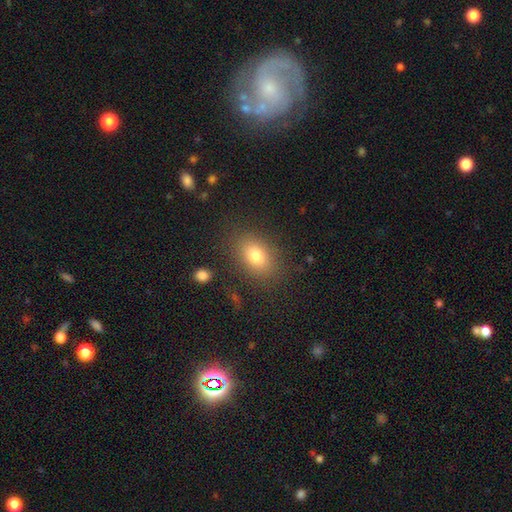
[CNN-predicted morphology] Smooth or featured: smooth — 78% (featured or disk — 11%)
How rounded: in between — 81% (round — 17%)
Merging: none — 84% (minor disturbance — 10%)